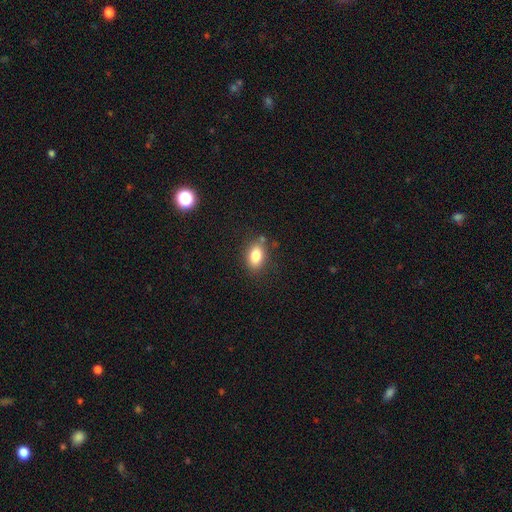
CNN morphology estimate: smooth 82%, star or artifact 9%, featured or disk 9%. Down the decision tree: how rounded — in between (83%); merging — none (77%).